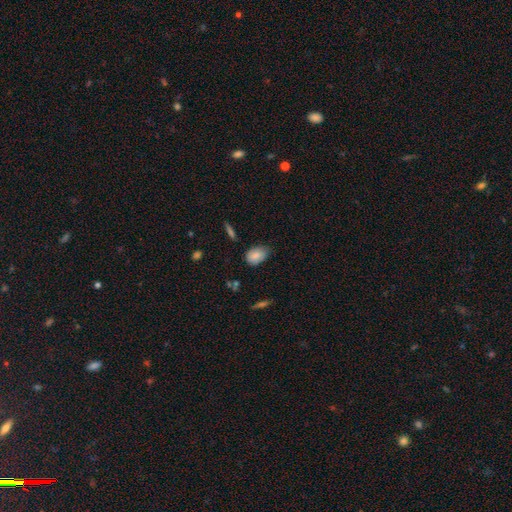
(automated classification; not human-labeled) Morphology: type=smooth (84%); roundness=in between (83%); merging=none (62%).